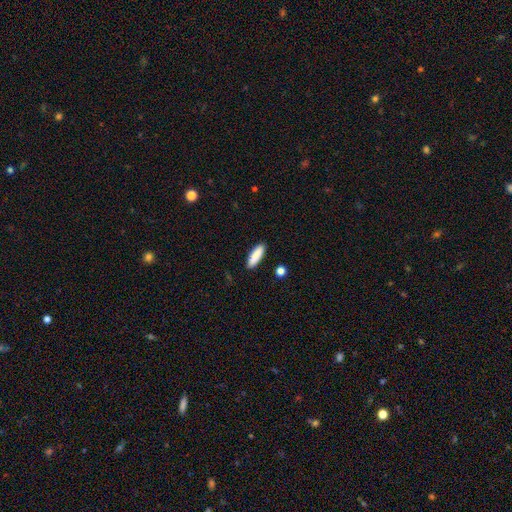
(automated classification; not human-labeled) Morphology: type=smooth (89%); roundness=cigar-shaped (53%); merging=none (88%).